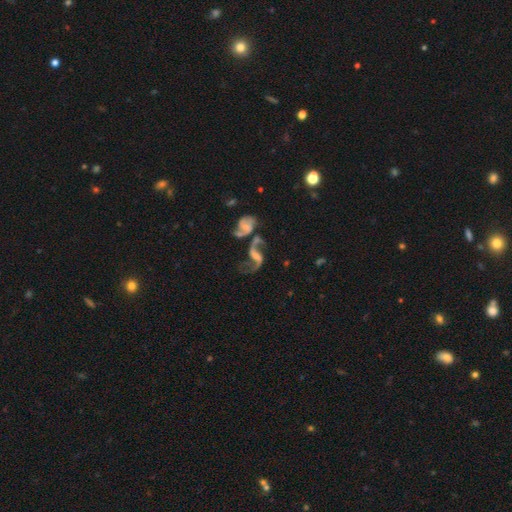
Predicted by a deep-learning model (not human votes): Smooth or featured?
  - featured or disk: 85% *
  - smooth: 7%
  - star or artifact: 7%
Edge-on disk?
  - no: 97% *
  - yes: 3%
Bar?
  - weak: 44% *
  - no: 34%
  - strong: 22%
Spiral arms?
  - yes: 94% *
  - no: 6%
Spiral winding?
  - loose: 82% *
  - medium: 15%
  - tight: 3%
Spiral arm count?
  - 2: 89% *
  - 1: 5%
  - can't tell: 3%
  - 3: 1%
  - 4: 1%
  - more than 4: 1%
Bulge size?
  - small: 45% *
  - moderate: 30%
  - none: 20%
  - large: 4%
  - dominant: 1%
Merging?
  - none: 36% *
  - merger: 33%
  - major disturbance: 17%
  - minor disturbance: 14%